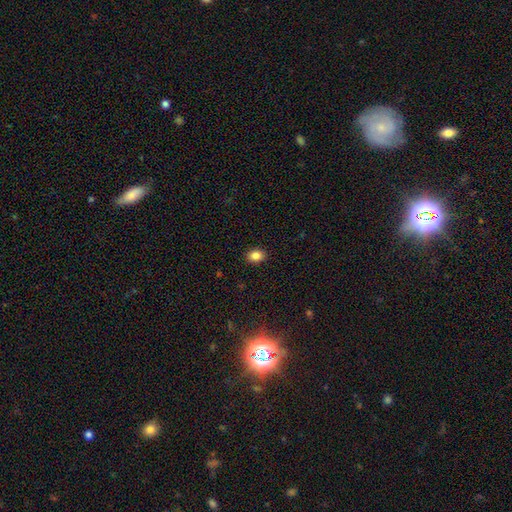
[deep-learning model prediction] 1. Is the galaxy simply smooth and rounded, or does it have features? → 86% smooth, 10% star or artifact, 4% featured or disk.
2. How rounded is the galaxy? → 69% in between, 30% round, 1% cigar-shaped.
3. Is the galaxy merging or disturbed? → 90% none, 7% minor disturbance, 2% major disturbance, 1% merger.